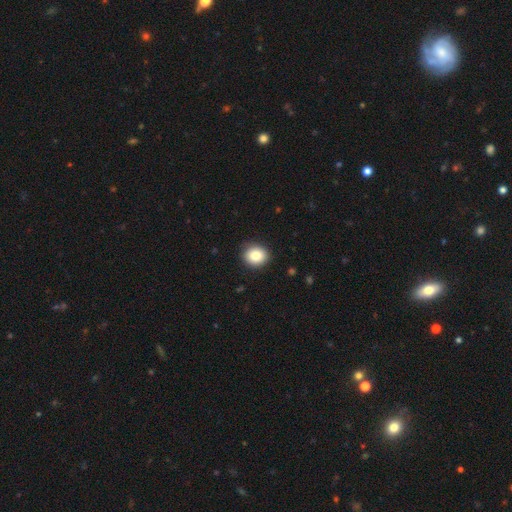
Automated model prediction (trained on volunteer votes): smooth_or_featured: smooth (p=0.84) [alt: star or artifact p=0.09]
how_rounded: round (p=0.75) [alt: in between p=0.24]
merging: none (p=0.88) [alt: minor disturbance p=0.09]